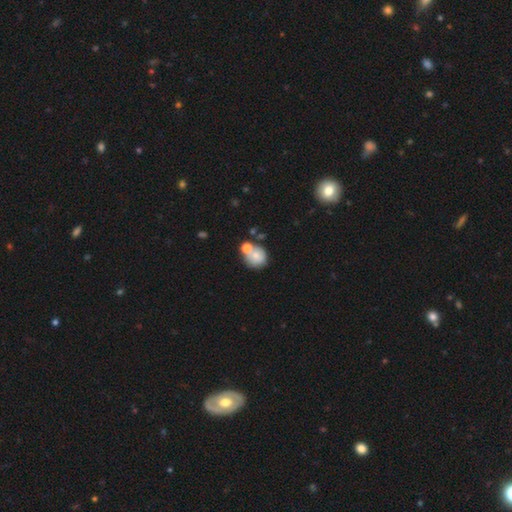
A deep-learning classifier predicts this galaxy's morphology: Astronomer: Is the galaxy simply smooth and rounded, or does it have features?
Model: smooth — 70%.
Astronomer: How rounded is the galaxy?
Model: round — 82%.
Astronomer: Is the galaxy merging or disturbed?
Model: none — 49% (runner-up: merger, 32%).